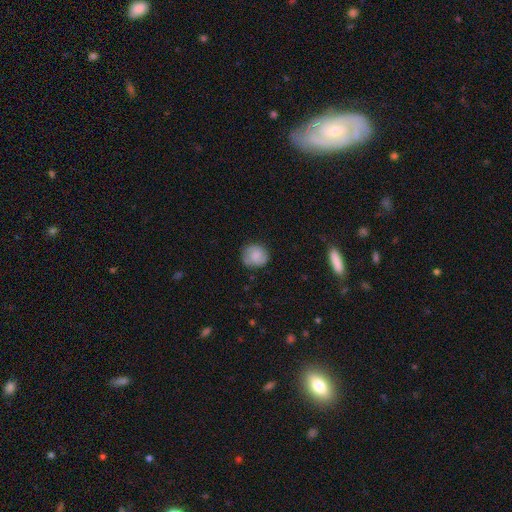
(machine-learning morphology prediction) Overall: smooth (73%). How rounded: round (83%). Merging: none (76%).